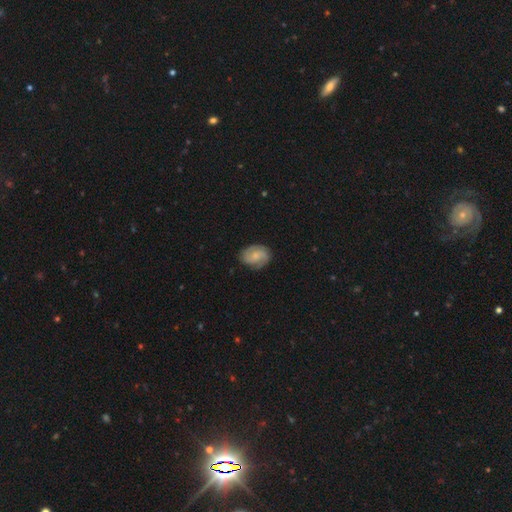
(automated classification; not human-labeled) featured or disk 58%, smooth 35%, star or artifact 7%. Down the decision tree: edge-on disk — no (97%); bar — no (63%); spiral arms — yes (93%); spiral arm count — 2 (55%); spiral winding — medium (43%); bulge size — small (55%); merging — none (77%).